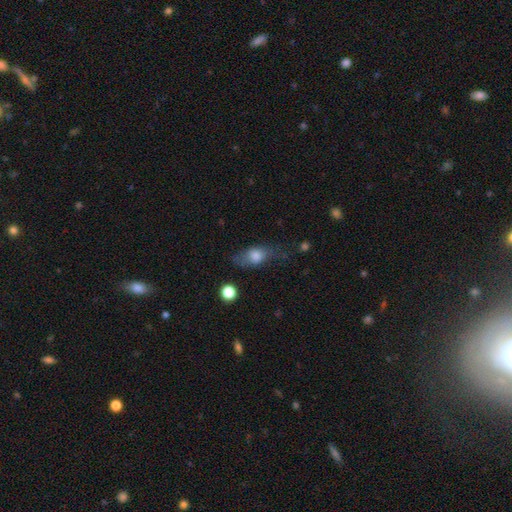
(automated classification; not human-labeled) The model was most divided on "merging": none: 49%, minor disturbance: 29%, major disturbance: 19%, merger: 3%. More confident: how rounded — in between (73%); smooth or featured — smooth (69%).